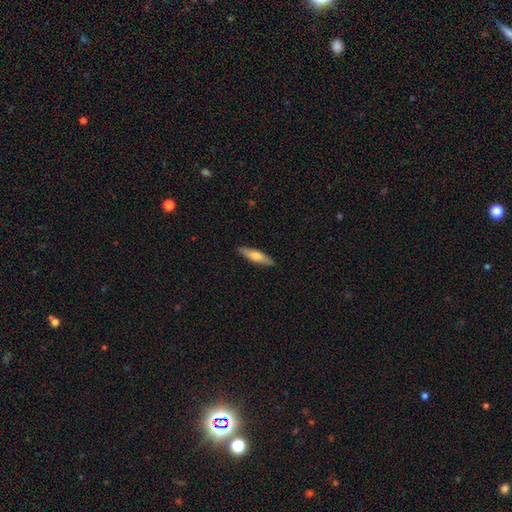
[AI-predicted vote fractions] smooth 62%, featured or disk 33%, star or artifact 5%. Down the decision tree: how rounded — cigar-shaped (72%); merging — none (89%).